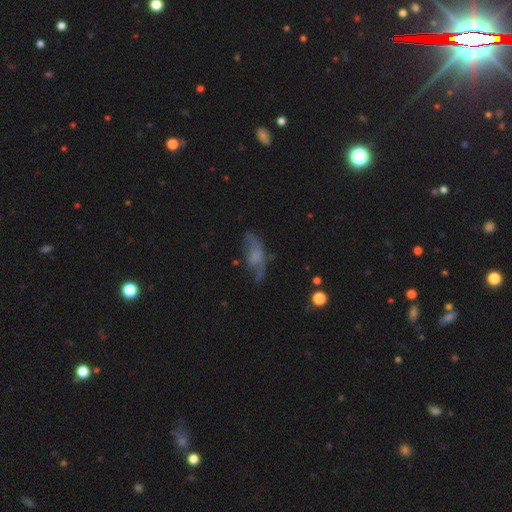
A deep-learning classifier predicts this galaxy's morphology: This is possibly a featured or disk galaxy (48%). Merging: marginally none (42%).